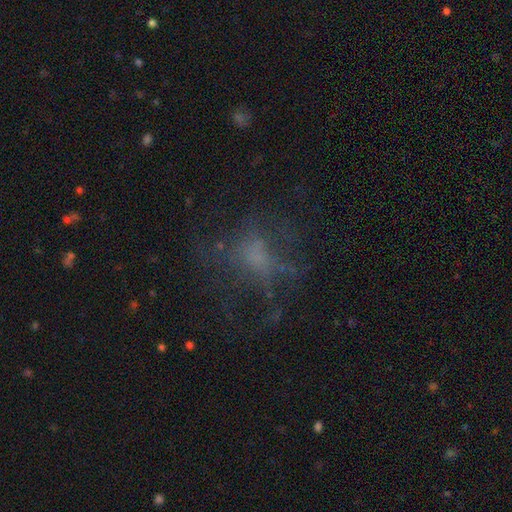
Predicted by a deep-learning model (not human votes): smooth-or-featured: featured or disk: 40% | smooth: 33% | star or artifact: 27%
  merging: none: 51% | major disturbance: 31% | minor disturbance: 16% | merger: 2%